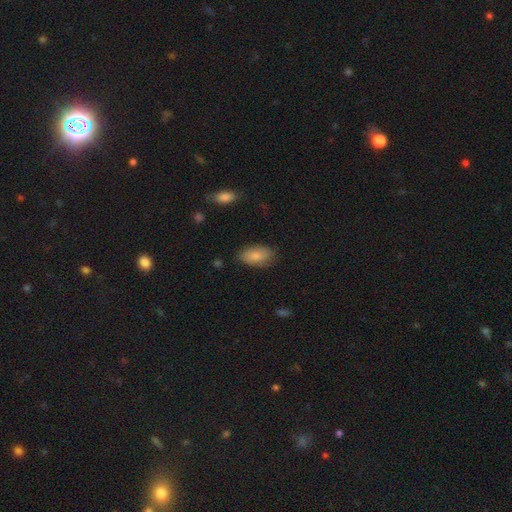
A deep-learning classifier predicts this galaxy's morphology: This appears to be a smooth galaxy with no disk features (80%) that is in between round and cigar-shaped (92%). Merging: none (77%).